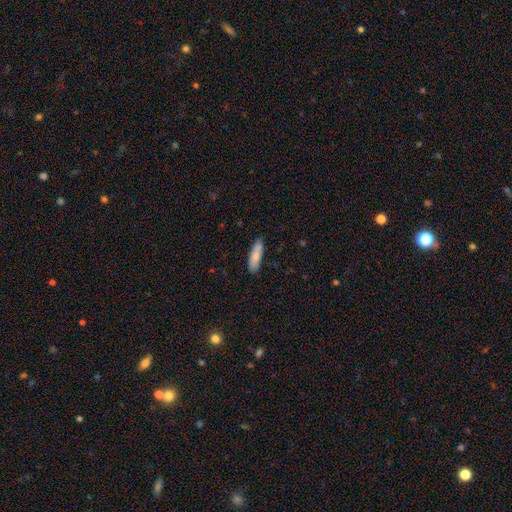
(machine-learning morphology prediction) type=smooth (81%); roundness=cigar-shaped (61%); merging=none (85%).